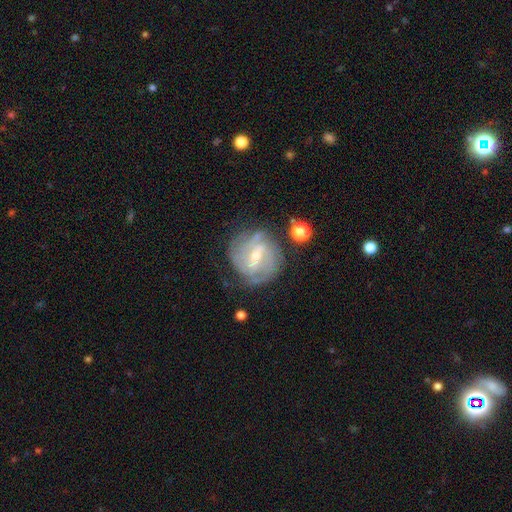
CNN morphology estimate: This is clearly a featured or disk galaxy (82%). It is clearly not viewed edge-on (97%). Bar: possibly weak (53%). Spiral arm pattern: clearly yes (92%). Spiral arm count: marginally 2 (33%). Spiral winding: possibly tight (54%). Central bulge: possibly small (58%). Merging: likely none (71%).